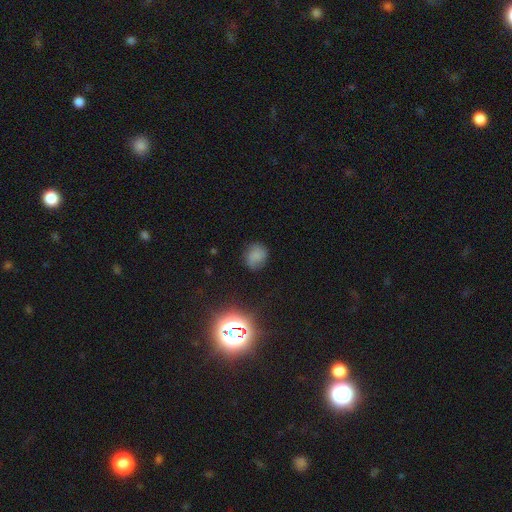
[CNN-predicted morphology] The model was most divided on "how rounded": round: 68%, in between: 30%, cigar-shaped: 1%. More confident: merging — none (71%); smooth or featured — smooth (69%).